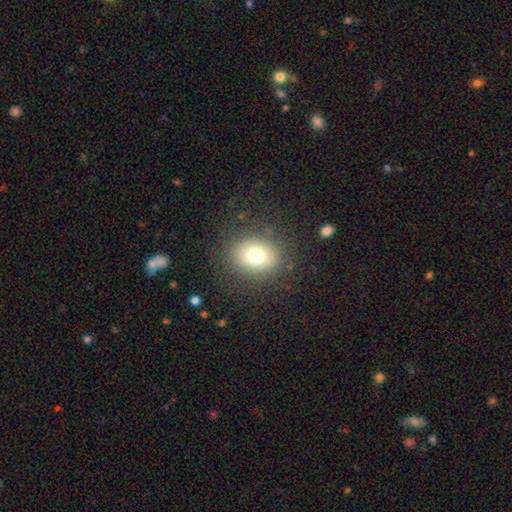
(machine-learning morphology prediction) smooth_or_featured: smooth (p=0.74) [alt: star or artifact p=0.13]
how_rounded: round (p=0.56) [alt: in between p=0.43]
merging: none (p=0.84) [alt: minor disturbance p=0.10]